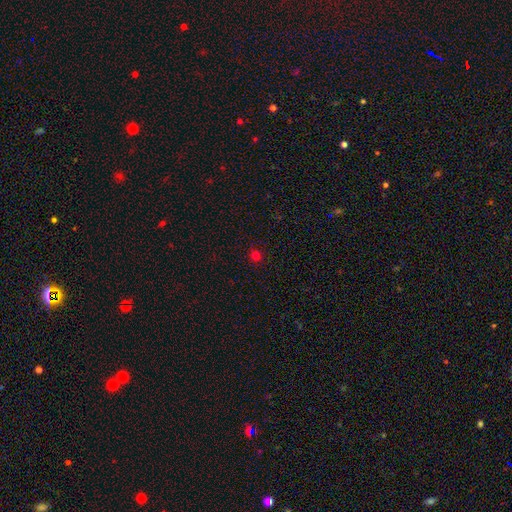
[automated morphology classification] This appears to be a smooth galaxy with no disk features (73%) that is round (93%). Merging: none (90%).